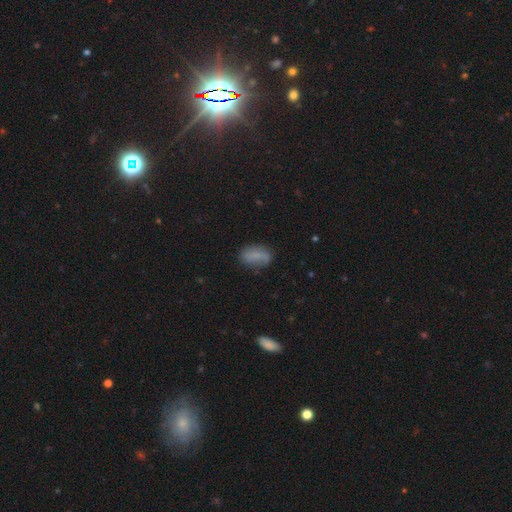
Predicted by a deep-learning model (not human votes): Smooth or featured?
  - smooth: 70% *
  - featured or disk: 21%
  - star or artifact: 10%
How rounded?
  - in between: 86% *
  - round: 7%
  - cigar-shaped: 7%
Merging?
  - none: 67% *
  - minor disturbance: 23%
  - major disturbance: 7%
  - merger: 3%